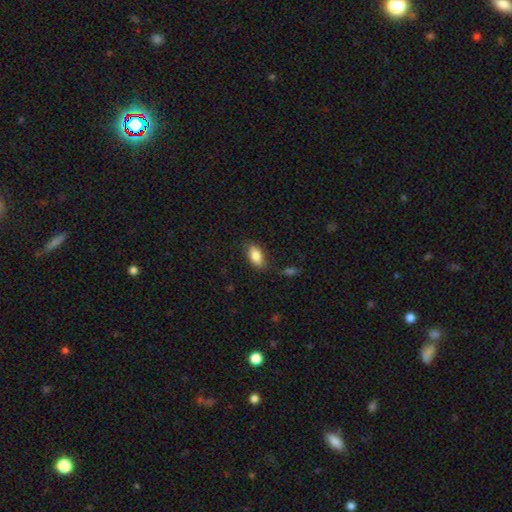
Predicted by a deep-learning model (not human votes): smooth-or-featured: smooth: 84% | featured or disk: 9% | star or artifact: 7%
  how-rounded: in between: 89% | cigar-shaped: 6% | round: 4%
  merging: none: 78% | minor disturbance: 14% | major disturbance: 4% | merger: 3%